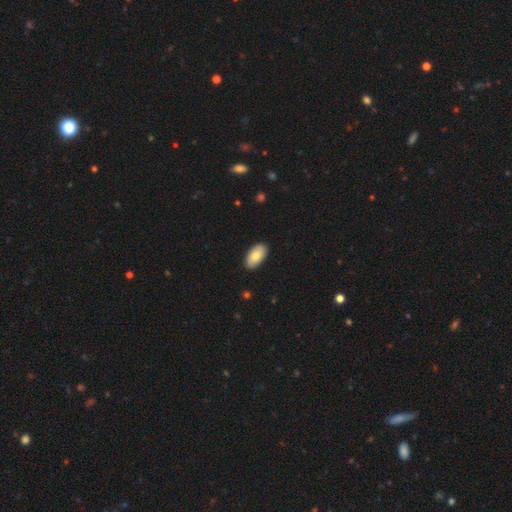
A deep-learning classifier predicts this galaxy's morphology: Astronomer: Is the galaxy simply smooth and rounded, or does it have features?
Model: smooth — 80%.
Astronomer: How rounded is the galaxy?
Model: in between — 95%.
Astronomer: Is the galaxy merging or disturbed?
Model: none — 88%.